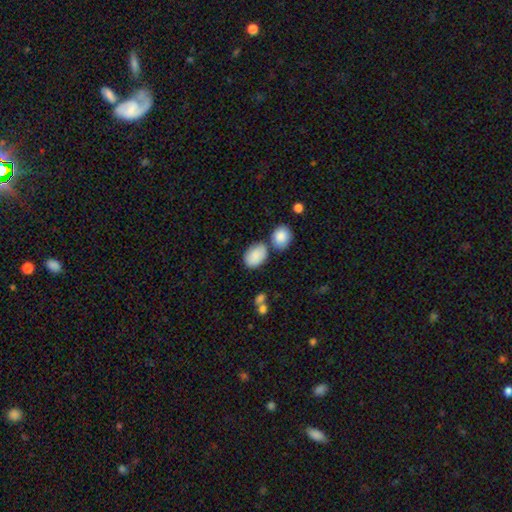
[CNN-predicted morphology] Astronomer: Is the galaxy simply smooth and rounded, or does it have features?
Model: smooth — 87%.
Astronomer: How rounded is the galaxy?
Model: in between — 82%.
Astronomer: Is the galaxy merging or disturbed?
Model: none — 60%.